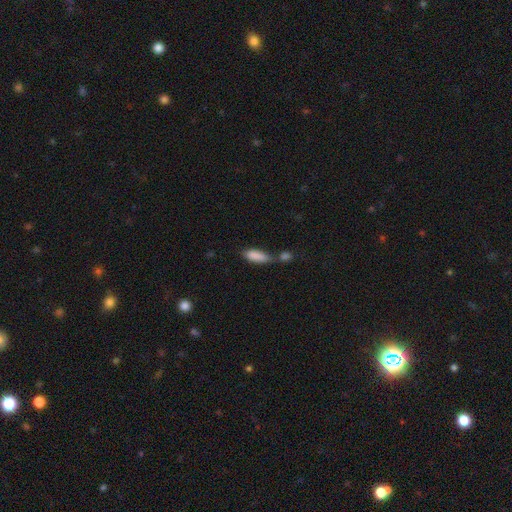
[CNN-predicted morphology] Q: Smooth or featured?
A: smooth (85%); runner-up: featured or disk (7%)
Q: How rounded?
A: in between (71%); runner-up: cigar-shaped (27%)
Q: Merging?
A: merger (41%); runner-up: none (36%)